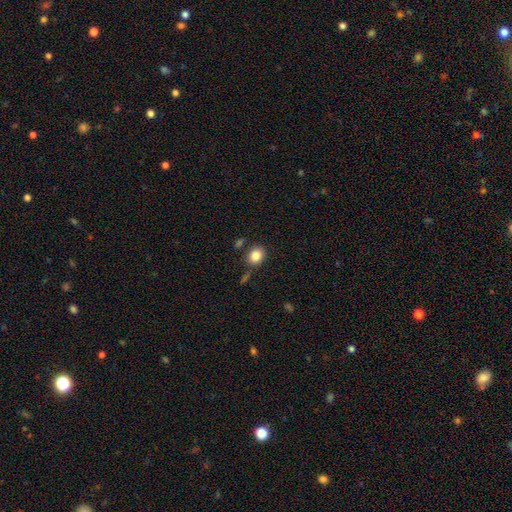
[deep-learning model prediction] A smooth galaxy with no disk features (85%) that is round (55%). Merging: none (78%).